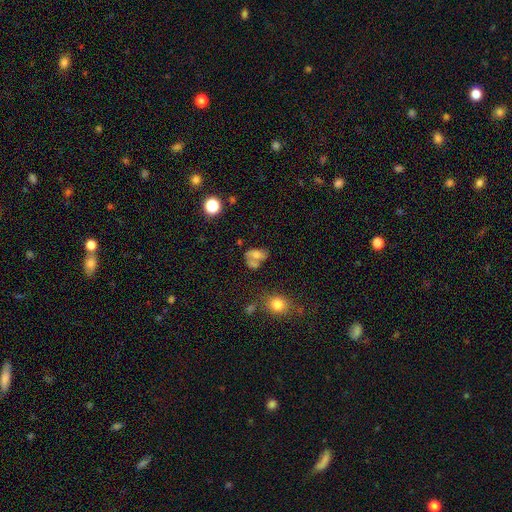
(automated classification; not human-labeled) smooth_or_featured: smooth (p=0.56) [alt: featured or disk p=0.31]
how_rounded: in between (p=0.76) [alt: round p=0.22]
merging: merger (p=0.39) [alt: none p=0.28]